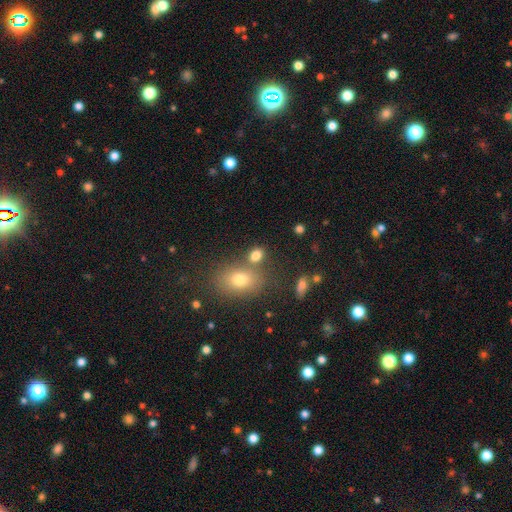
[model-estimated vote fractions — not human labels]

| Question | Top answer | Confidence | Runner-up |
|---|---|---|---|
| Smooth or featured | smooth | 79% | star or artifact (13%) |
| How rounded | in between | 67% | round (31%) |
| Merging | none | 60% | merger (23%) |